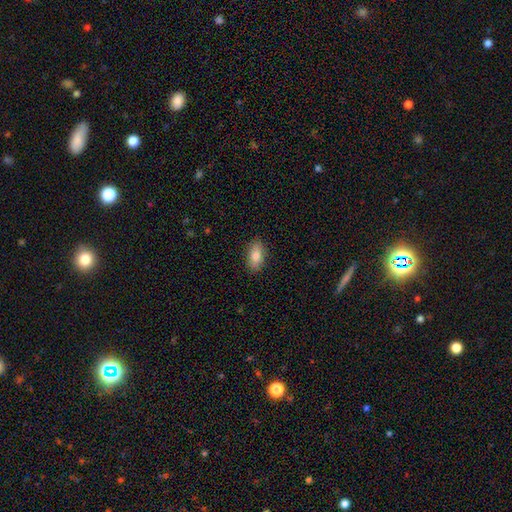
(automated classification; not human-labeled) Morphology: type=smooth (82%); roundness=in between (88%); merging=none (88%).